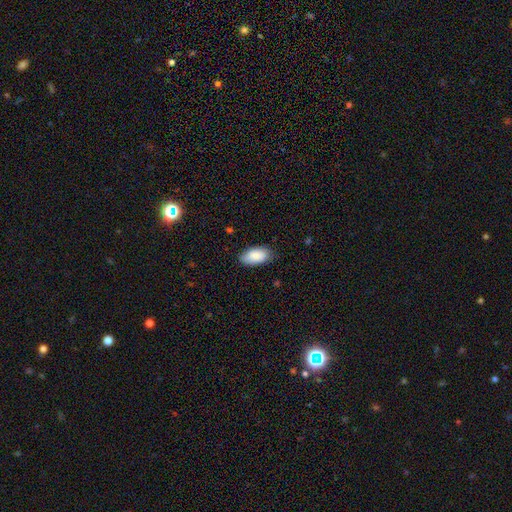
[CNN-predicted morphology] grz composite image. It shows a smooth galaxy with no disk features (88%) that is in between round and cigar-shaped (95%). Merging: none (81%).